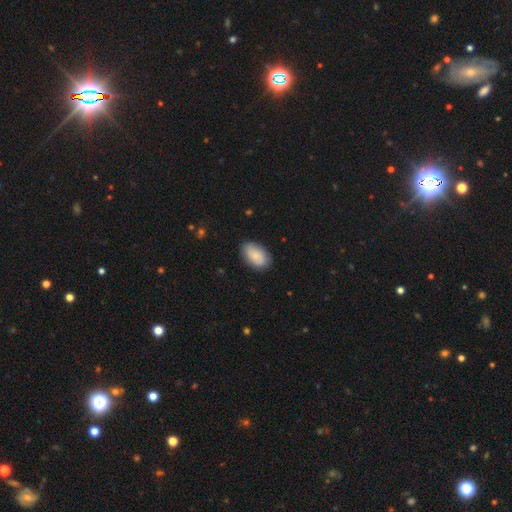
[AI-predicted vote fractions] smooth-or-featured: smooth: 82% | featured or disk: 12% | star or artifact: 6%
  how-rounded: in between: 92% | round: 7% | cigar-shaped: 1%
  merging: none: 82% | minor disturbance: 14% | major disturbance: 3% | merger: 1%